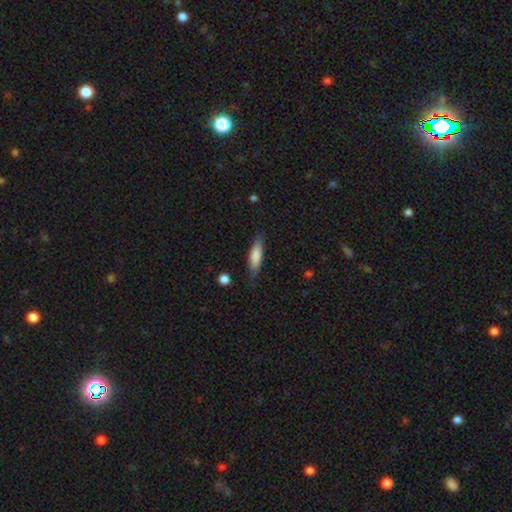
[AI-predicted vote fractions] This is likely a smooth galaxy (79%). How rounded: possibly cigar-shaped (58%). Merging: likely none (75%).